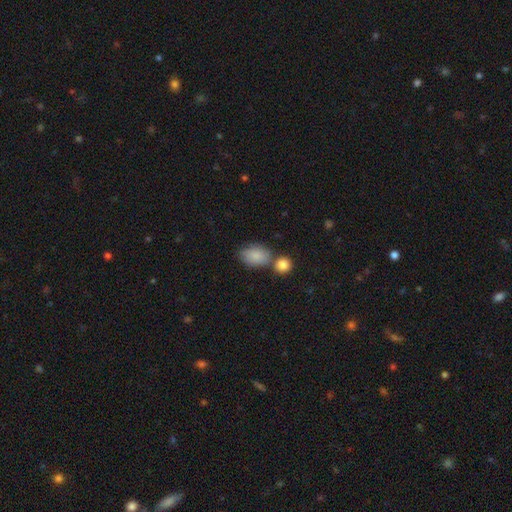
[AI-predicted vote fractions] A smooth galaxy with no disk features (85%) that is in between round and cigar-shaped (84%). Merging: none (49%).